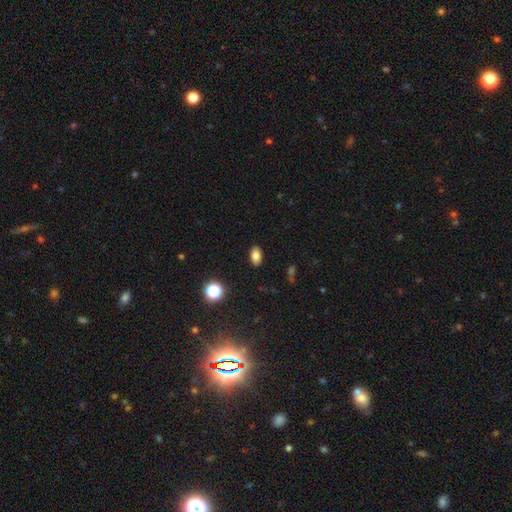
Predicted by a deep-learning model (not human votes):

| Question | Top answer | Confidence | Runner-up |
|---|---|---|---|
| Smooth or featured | smooth | 81% | star or artifact (12%) |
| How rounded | in between | 89% | round (9%) |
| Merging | none | 89% | minor disturbance (8%) |